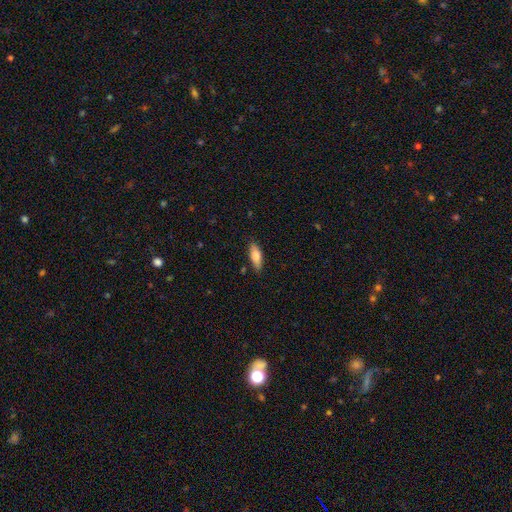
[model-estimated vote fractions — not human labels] The model was most divided on "how rounded": in between: 66%, cigar-shaped: 32%, round: 2%. More confident: merging — none (85%); smooth or featured — smooth (73%).